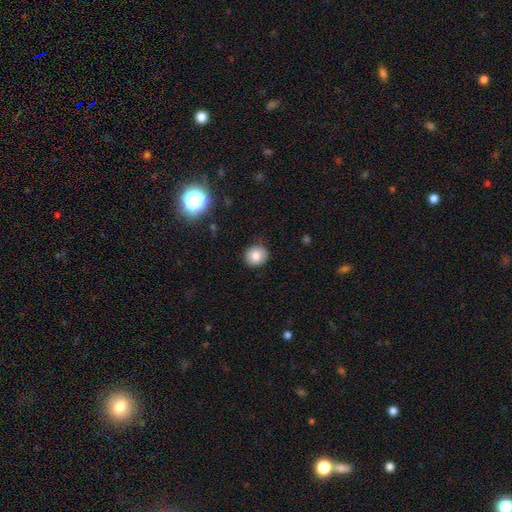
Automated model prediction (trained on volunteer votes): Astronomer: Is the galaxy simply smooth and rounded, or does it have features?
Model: smooth — 80%.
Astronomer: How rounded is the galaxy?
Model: round — 82%.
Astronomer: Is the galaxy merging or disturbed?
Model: none — 87%.